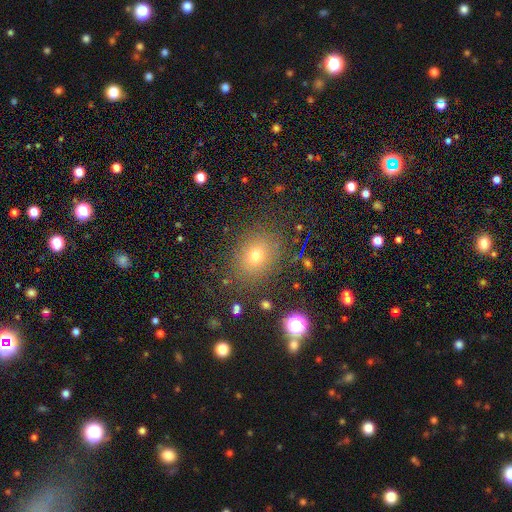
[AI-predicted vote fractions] A smooth galaxy with no disk features (68%) that is round (55%). Merging: none (84%).